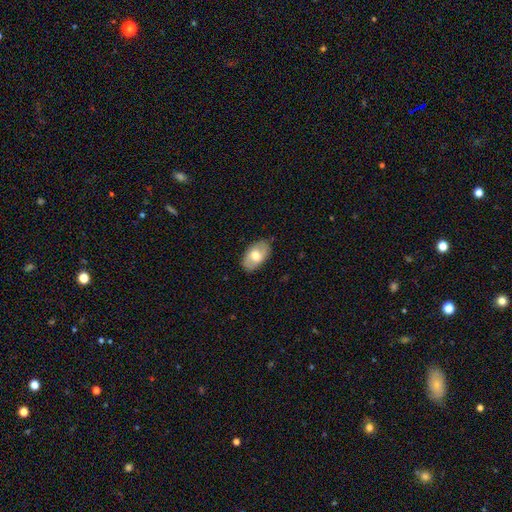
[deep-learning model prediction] Smooth or featured? smooth (59%)
How rounded? in between (93%)
Merging? none (84%)